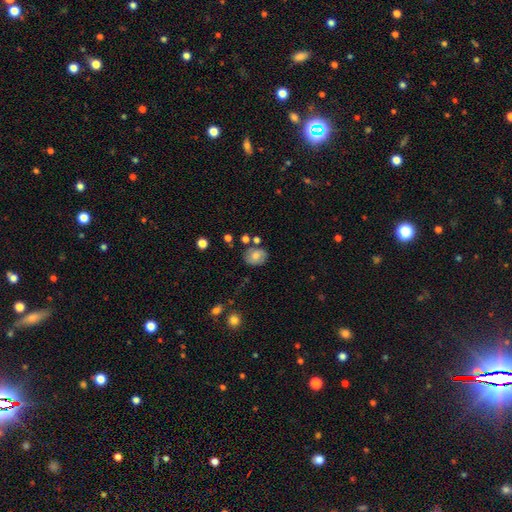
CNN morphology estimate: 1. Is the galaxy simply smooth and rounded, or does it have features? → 65% smooth, 25% featured or disk, 10% star or artifact.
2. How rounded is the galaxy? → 53% round, 46% in between, 1% cigar-shaped.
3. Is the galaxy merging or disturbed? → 72% none, 16% minor disturbance, 7% merger, 5% major disturbance.